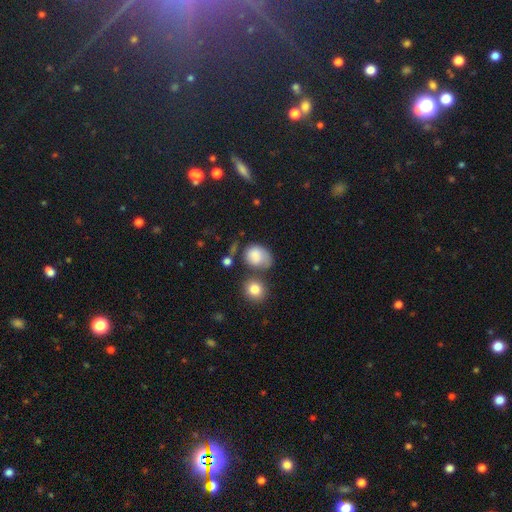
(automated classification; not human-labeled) smooth-or-featured: smooth: 79% | featured or disk: 12% | star or artifact: 9%
  how-rounded: in between: 50% | round: 49% | cigar-shaped: 1%
  merging: none: 41% | minor disturbance: 30% | major disturbance: 16% | merger: 13%